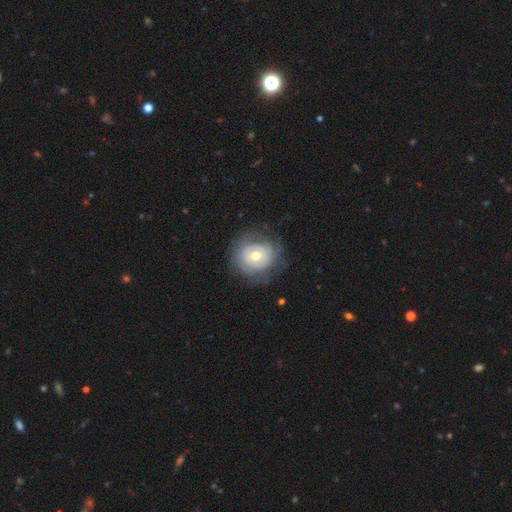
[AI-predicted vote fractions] Q: Smooth or featured?
A: featured or disk (49%); runner-up: smooth (43%)
Q: Merging?
A: none (67%); runner-up: minor disturbance (20%)